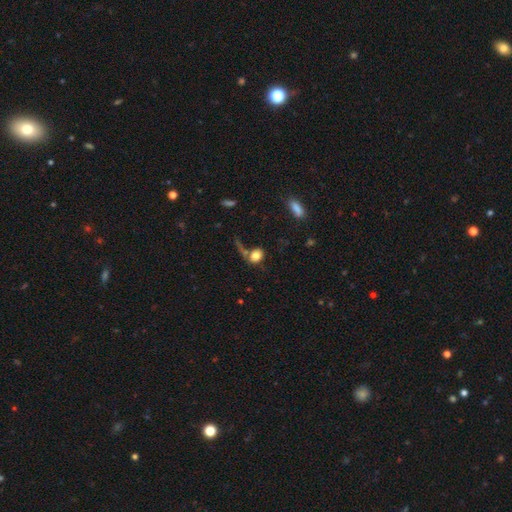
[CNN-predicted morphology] Smooth or featured?
  - smooth: 78% *
  - featured or disk: 12%
  - star or artifact: 10%
How rounded?
  - round: 52% *
  - in between: 45%
  - cigar-shaped: 3%
Merging?
  - none: 44% *
  - merger: 23%
  - major disturbance: 18%
  - minor disturbance: 15%